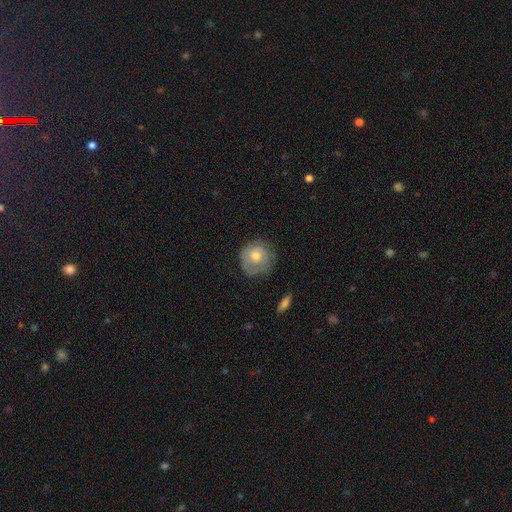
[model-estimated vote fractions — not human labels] smooth-or-featured: smooth: 59% | featured or disk: 34% | star or artifact: 8%
  how-rounded: round: 90% | in between: 9% | cigar-shaped: 1%
  merging: none: 70% | minor disturbance: 21% | major disturbance: 7% | merger: 1%